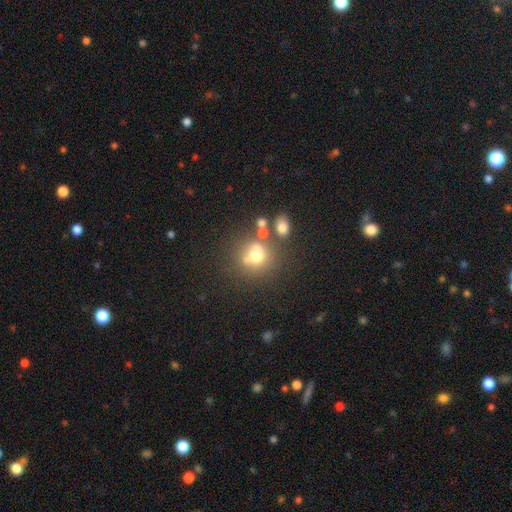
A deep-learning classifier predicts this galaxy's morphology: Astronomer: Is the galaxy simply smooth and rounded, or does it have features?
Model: smooth — 63%.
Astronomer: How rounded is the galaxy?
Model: round — 82%.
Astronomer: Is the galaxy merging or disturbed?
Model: none — 52% (runner-up: merger, 29%).